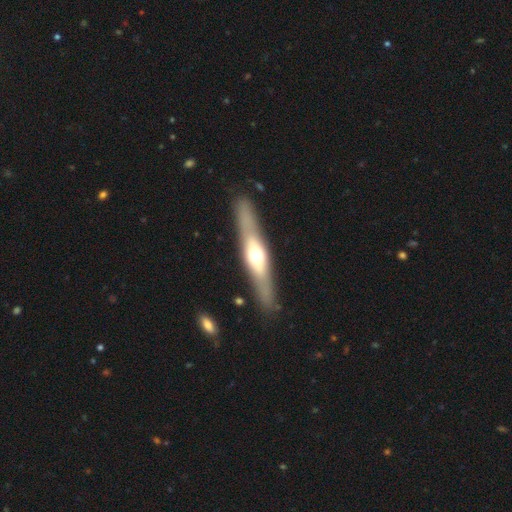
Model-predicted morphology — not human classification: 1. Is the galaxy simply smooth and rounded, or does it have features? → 58% featured or disk, 37% smooth, 6% star or artifact.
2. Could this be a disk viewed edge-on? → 86% yes, 14% no.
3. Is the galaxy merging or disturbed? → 86% none, 9% minor disturbance, 3% major disturbance, 2% merger.